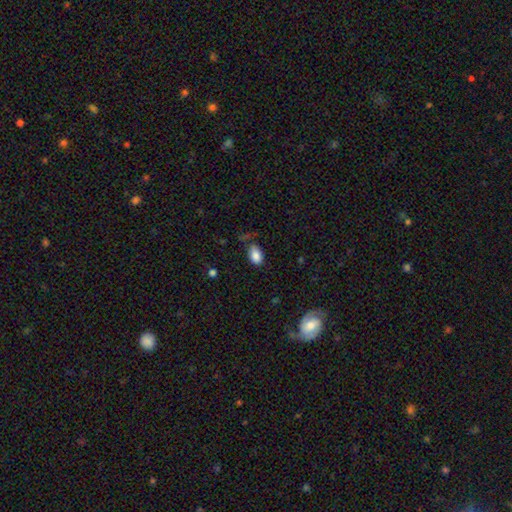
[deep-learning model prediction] Q: Smooth or featured?
A: smooth (86%); runner-up: star or artifact (9%)
Q: How rounded?
A: in between (89%); runner-up: round (9%)
Q: Merging?
A: none (66%); runner-up: minor disturbance (24%)